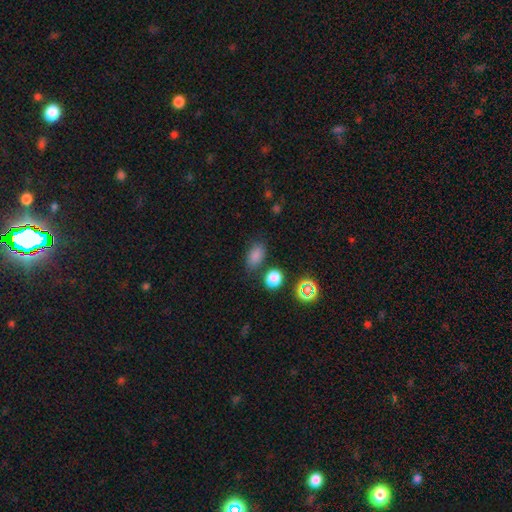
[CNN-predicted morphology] Smooth or featured?
  - smooth: 80% *
  - star or artifact: 14%
  - featured or disk: 6%
How rounded?
  - in between: 84% *
  - round: 14%
  - cigar-shaped: 2%
Merging?
  - none: 73% *
  - minor disturbance: 16%
  - merger: 7%
  - major disturbance: 5%